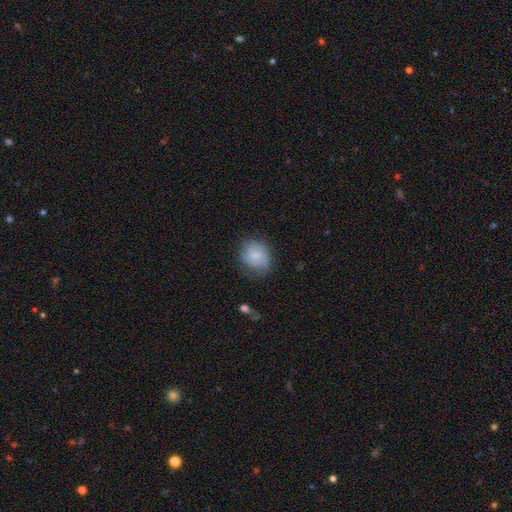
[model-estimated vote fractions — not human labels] A smooth galaxy with no disk features (51%) that is round (66%).

Vote fractions:
- Smooth or featured? smooth: 51% / featured or disk: 41% / star or artifact: 8%
- How rounded? round: 66% / in between: 33% / cigar-shaped: 1%
- Merging? none: 68% / minor disturbance: 23% / major disturbance: 8% / merger: 2%